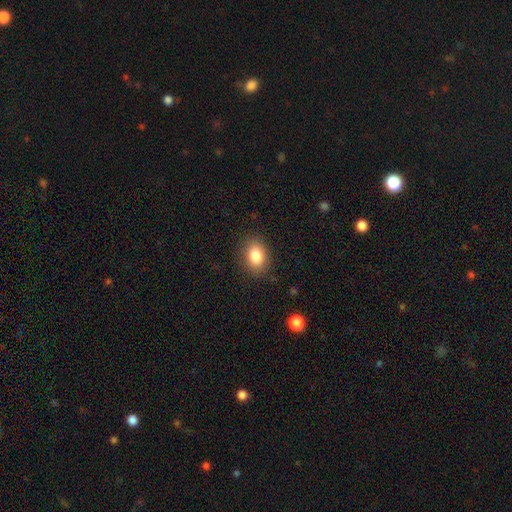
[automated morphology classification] Overall: smooth (84%). How rounded: in between (67%; round 32%). Merging: none (86%).